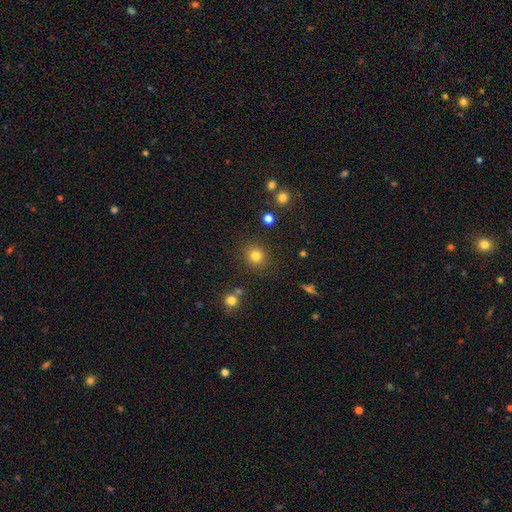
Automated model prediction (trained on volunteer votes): The model was most divided on "smooth or featured": smooth: 82%, star or artifact: 13%, featured or disk: 5%. More confident: how rounded — round (91%); merging — none (88%).